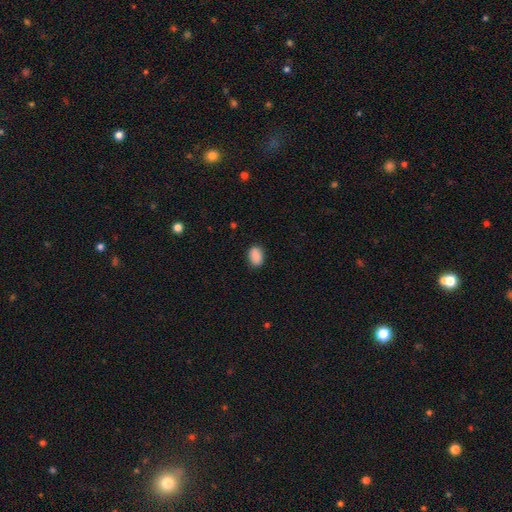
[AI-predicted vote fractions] The model was most divided on "how rounded": in between: 80%, round: 19%, cigar-shaped: 1%. More confident: smooth or featured — smooth (88%); merging — none (87%).